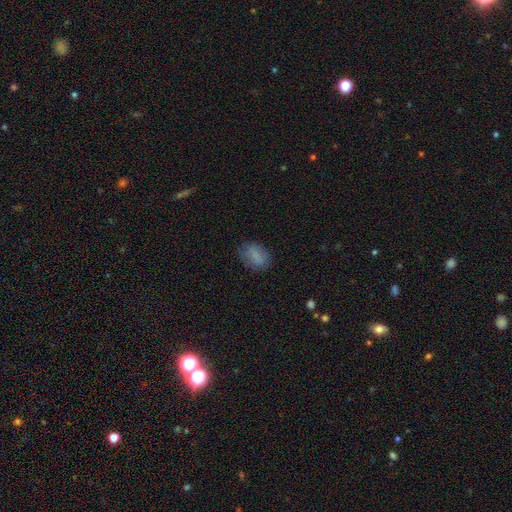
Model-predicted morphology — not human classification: A smooth galaxy with no disk features (78%) that is in between round and cigar-shaped (76%).

Vote fractions:
- Smooth or featured? smooth: 78% / featured or disk: 12% / star or artifact: 10%
- How rounded? in between: 76% / round: 23% / cigar-shaped: 2%
- Merging? none: 73% / minor disturbance: 19% / major disturbance: 6% / merger: 2%